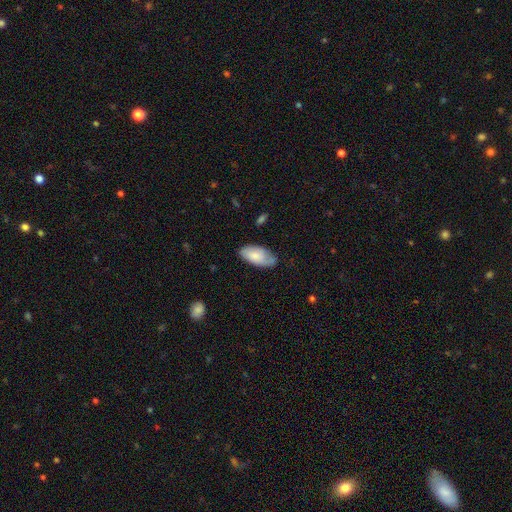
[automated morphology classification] A smooth galaxy with no disk features (74%) that is in between round and cigar-shaped (93%). Merging: none (63%).